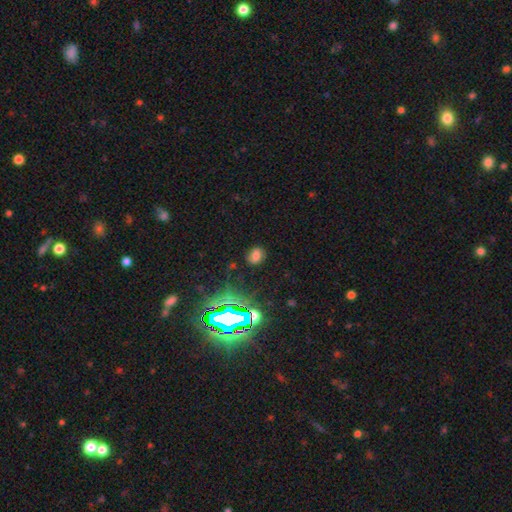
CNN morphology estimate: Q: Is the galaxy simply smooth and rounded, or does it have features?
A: smooth — 62%.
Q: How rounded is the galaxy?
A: in between — 63%.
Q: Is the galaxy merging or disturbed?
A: none — 79%.